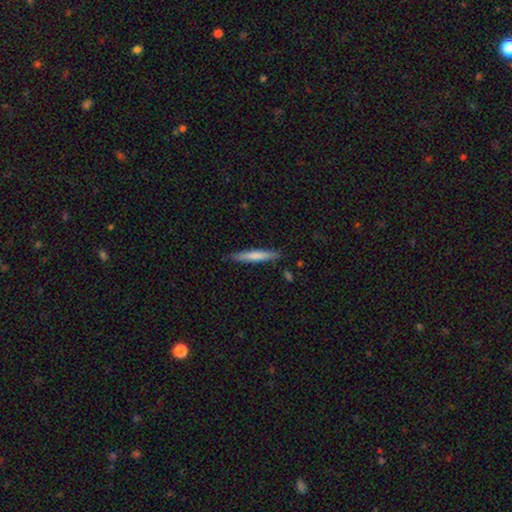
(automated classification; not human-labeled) smooth_or_featured: smooth (p=0.72) [alt: featured or disk p=0.23]
how_rounded: cigar-shaped (p=0.94) [alt: in between p=0.05]
merging: none (p=0.86) [alt: minor disturbance p=0.10]